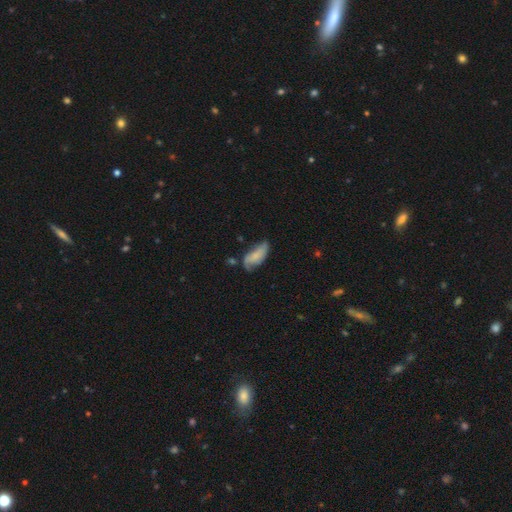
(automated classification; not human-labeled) Smooth or featured? smooth (57%)
How rounded? in between (82%)
Merging? none (46%)